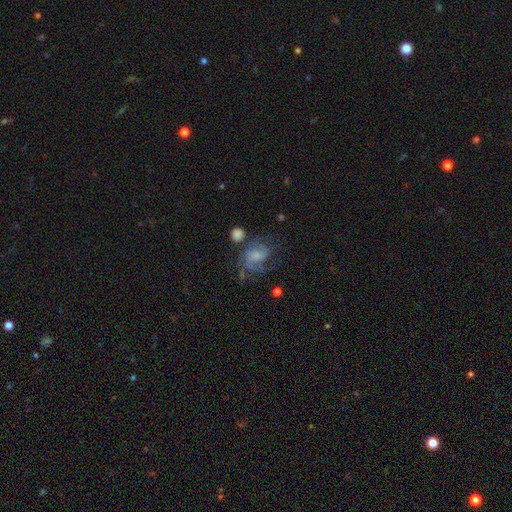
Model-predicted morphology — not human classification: Smooth or featured? Predicted: featured or disk (p=0.61). Edge-on disk? Predicted: no (p=0.98). Bar? Predicted: no (p=0.63). Spiral arms? Predicted: yes (p=0.80). Bulge size? Predicted: small (p=0.37). Merging? Predicted: none (p=0.40).